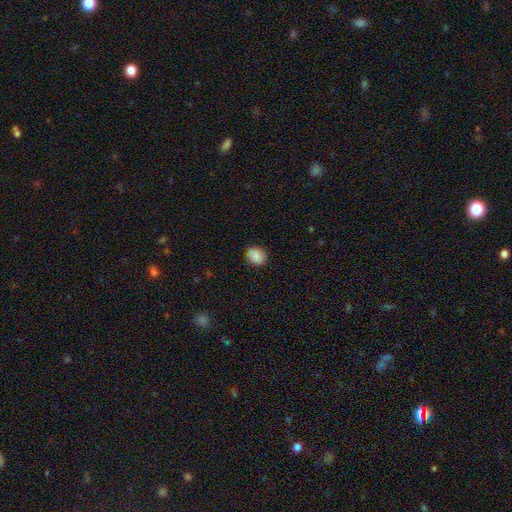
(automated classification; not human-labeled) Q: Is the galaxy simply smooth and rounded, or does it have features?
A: smooth — 86%.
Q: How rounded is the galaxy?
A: round — 55%.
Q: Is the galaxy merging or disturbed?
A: none — 80%.